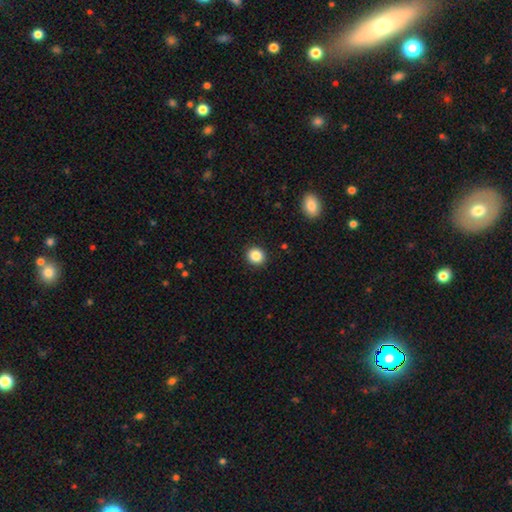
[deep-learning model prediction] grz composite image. It shows a smooth galaxy with no disk features (86%) that is round (88%). Merging: none (92%).